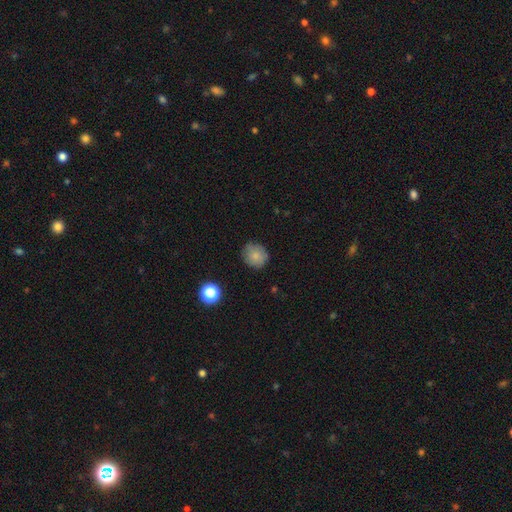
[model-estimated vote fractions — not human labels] This appears to be a smooth galaxy with no disk features (80%) that is round (84%). Merging: none (80%).